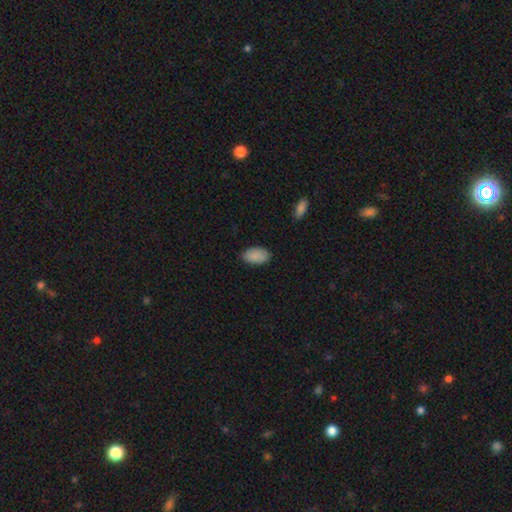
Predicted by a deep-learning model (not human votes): A smooth galaxy with no disk features (89%) that is in between round and cigar-shaped (95%).

Vote fractions:
- Smooth or featured? smooth: 89% / star or artifact: 7% / featured or disk: 4%
- How rounded? in between: 95% / round: 3% / cigar-shaped: 2%
- Merging? none: 86% / minor disturbance: 11% / major disturbance: 2% / merger: 1%